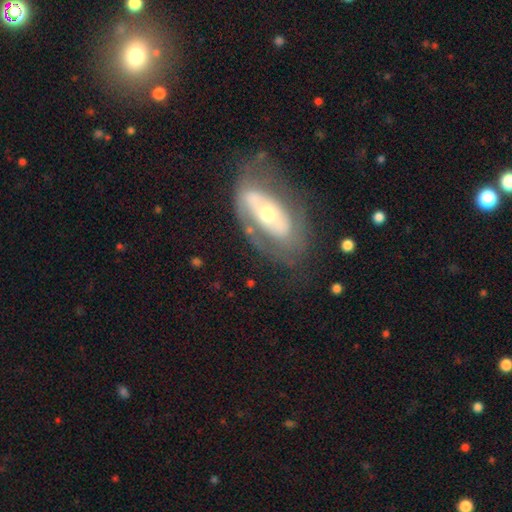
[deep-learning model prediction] This appears to be a featured or disk galaxy (71%) with no bar (57%), spiral arms (55%) and a moderate central bulge (55%). Merging: none (60%).